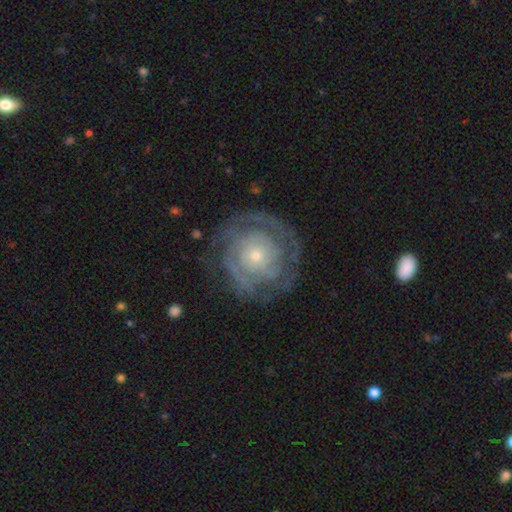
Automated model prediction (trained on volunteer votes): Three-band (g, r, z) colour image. It shows a featured or disk galaxy (78%) with no bar (84%), tight (75%) spiral arms (82%) and a small central bulge (70%). Merging: none (74%).